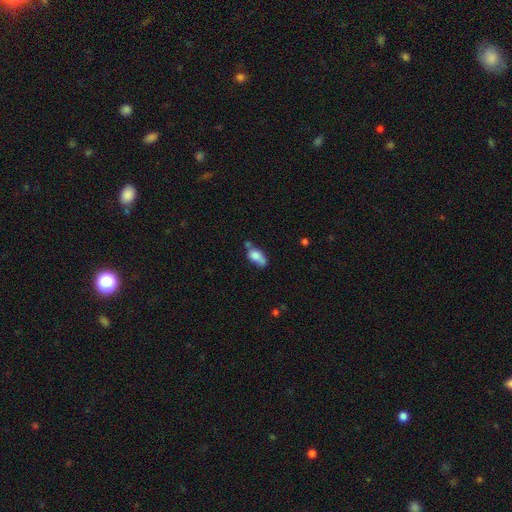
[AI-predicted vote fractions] smooth-or-featured: smooth: 69% | featured or disk: 21% | star or artifact: 9%
  how-rounded: in between: 81% | round: 13% | cigar-shaped: 7%
  merging: none: 35% | merger: 28% | minor disturbance: 25% | major disturbance: 12%